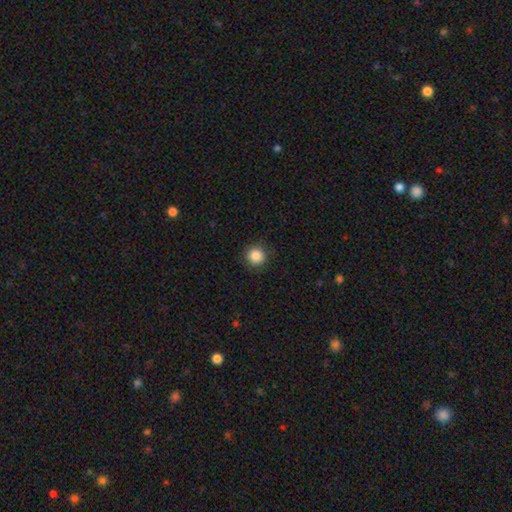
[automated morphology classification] A smooth galaxy with no disk features (87%) that is round (95%). Merging: none (91%).